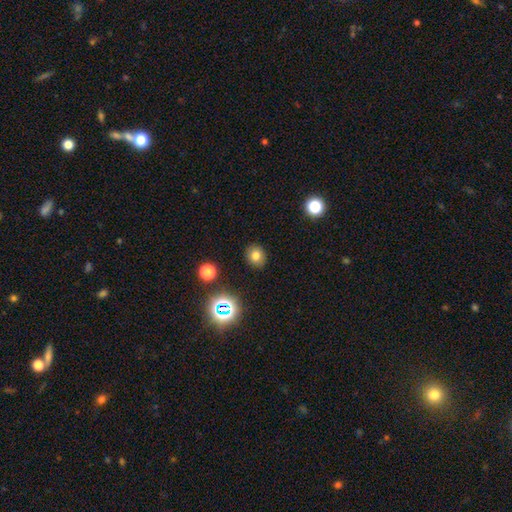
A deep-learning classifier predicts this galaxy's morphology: Smooth or featured? smooth (75%)
How rounded? round (67%)
Merging? none (87%)